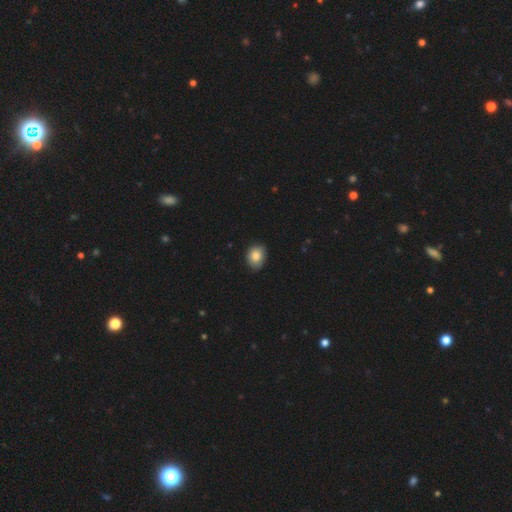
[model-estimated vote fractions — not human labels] The model was most divided on "how rounded": in between: 54%, round: 45%, cigar-shaped: 1%. More confident: smooth or featured — smooth (84%); merging — none (82%).